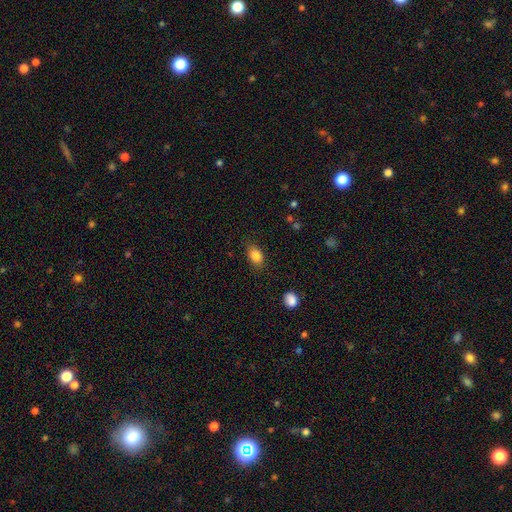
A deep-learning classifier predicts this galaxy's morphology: smooth_or_featured: smooth (p=0.85) [alt: star or artifact p=0.09]
how_rounded: in between (p=0.82) [alt: round p=0.16]
merging: none (p=0.81) [alt: minor disturbance p=0.14]